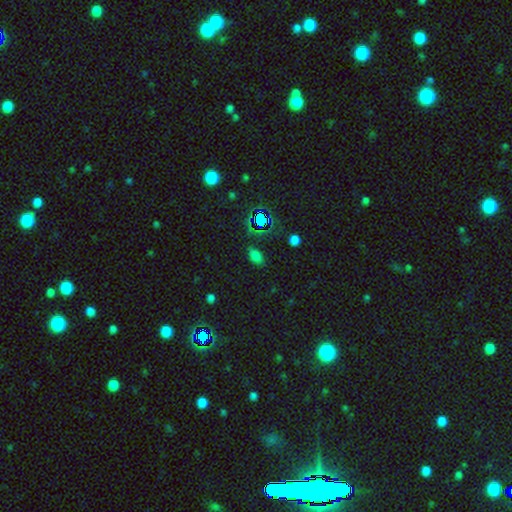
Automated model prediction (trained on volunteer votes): Overall: smooth (64%; star or artifact 29%). How rounded: in between (85%). Merging: none (81%).